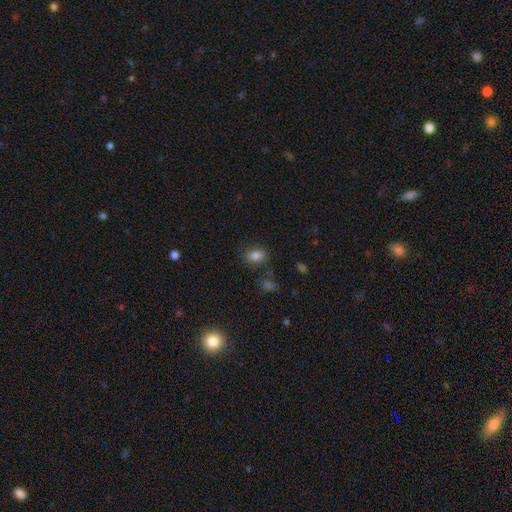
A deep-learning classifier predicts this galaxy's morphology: smooth-or-featured: smooth: 81% | star or artifact: 12% | featured or disk: 7%
  how-rounded: in between: 56% | round: 43% | cigar-shaped: 1%
  merging: none: 79% | minor disturbance: 13% | merger: 4% | major disturbance: 4%